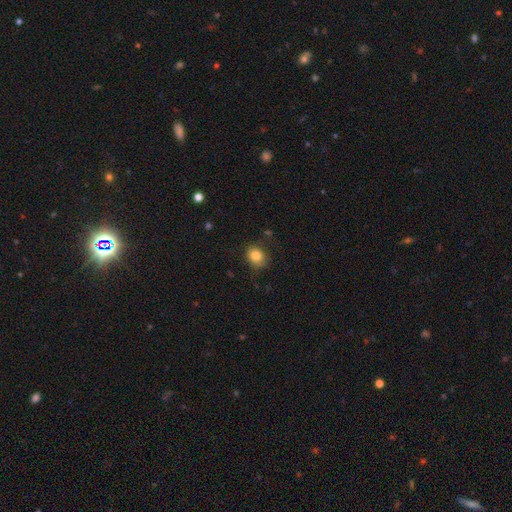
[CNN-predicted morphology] This is clearly a smooth galaxy (83%). How rounded: possibly round (57%). Merging: likely none (78%).